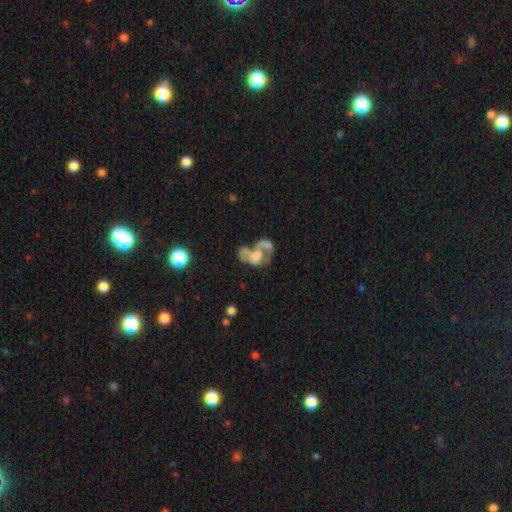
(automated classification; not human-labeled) smooth_or_featured: featured or disk (p=0.52) [alt: smooth p=0.35]
disk_edge_on: no (p=0.97) [alt: yes p=0.03]
bar: no (p=0.87) [alt: weak p=0.09]
has_spiral_arms: no (p=0.76) [alt: yes p=0.24]
bulge_size: none (p=0.48) [alt: large p=0.19]
merging: merger (p=0.43) [alt: major disturbance p=0.30]